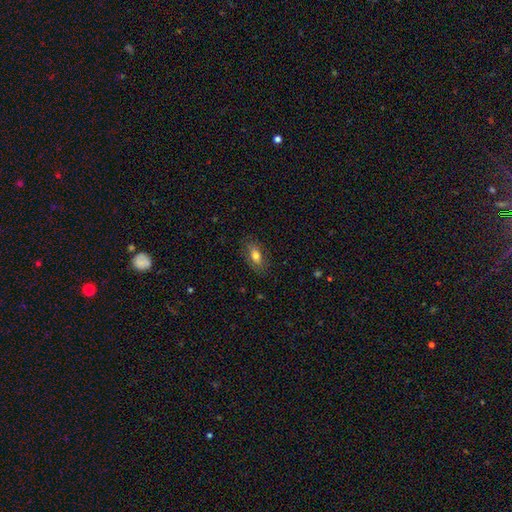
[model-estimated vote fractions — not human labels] Q: Smooth or featured?
A: smooth (69%); runner-up: featured or disk (22%)
Q: How rounded?
A: in between (83%); runner-up: cigar-shaped (9%)
Q: Merging?
A: none (81%); runner-up: minor disturbance (14%)